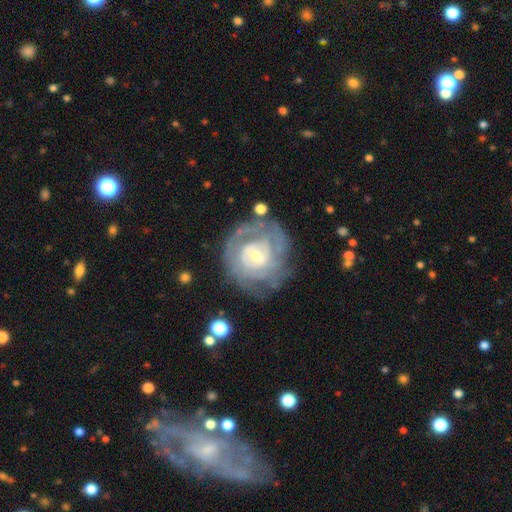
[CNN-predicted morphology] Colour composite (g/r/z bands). It shows a featured or disk galaxy (81%) with a weak bar (51%), tight (72%) spiral arms (82%) and a small central bulge (46%, tied with moderate). Merging: none (69%).